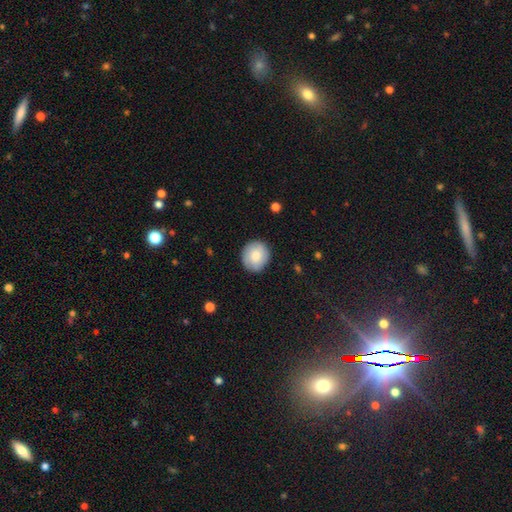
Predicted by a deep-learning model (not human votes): Smooth or featured: smooth — 79% (featured or disk — 15%)
How rounded: round — 84% (in between — 15%)
Merging: none — 86% (minor disturbance — 10%)